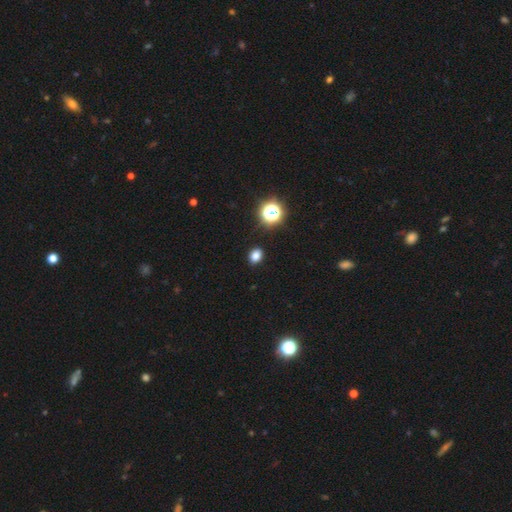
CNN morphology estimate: This is likely a smooth galaxy (79%). How rounded: possibly in between (59%). Merging: clearly none (89%).